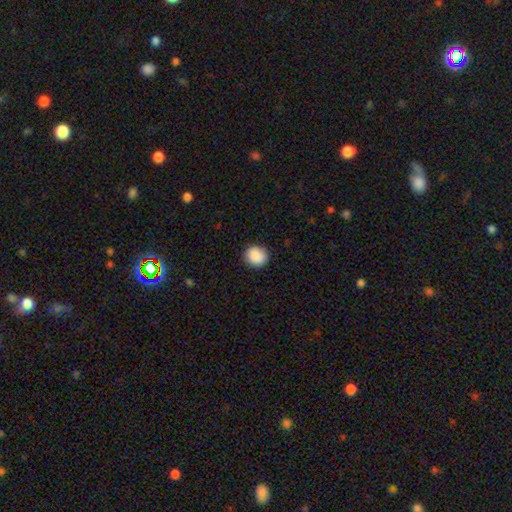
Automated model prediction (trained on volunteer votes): Smooth or featured?
  - smooth: 89% *
  - star or artifact: 8%
  - featured or disk: 3%
How rounded?
  - round: 81% *
  - in between: 18%
  - cigar-shaped: 1%
Merging?
  - none: 87% *
  - minor disturbance: 9%
  - major disturbance: 2%
  - merger: 1%